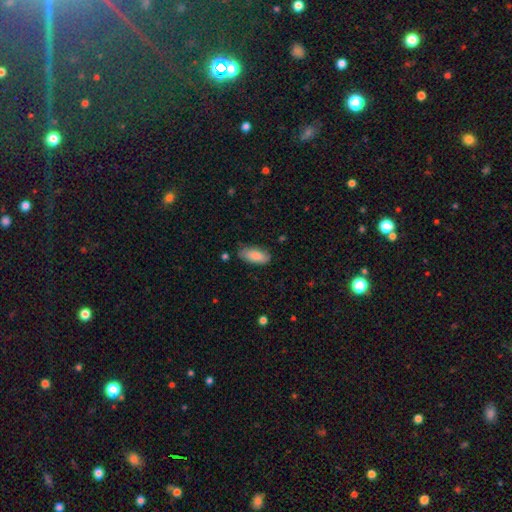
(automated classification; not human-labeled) This appears to be a smooth galaxy with no disk features (84%) that is in between round and cigar-shaped (87%). Merging: none (76%).